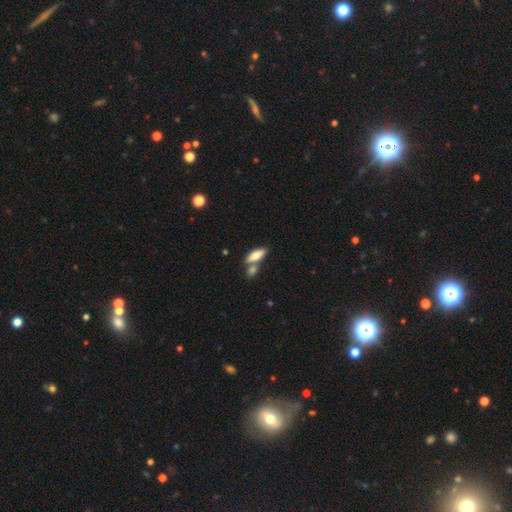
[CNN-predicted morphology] smooth_or_featured: smooth (p=0.73) [alt: featured or disk p=0.20]
how_rounded: in between (p=0.69) [alt: cigar-shaped p=0.28]
merging: none (p=0.54) [alt: merger p=0.32]